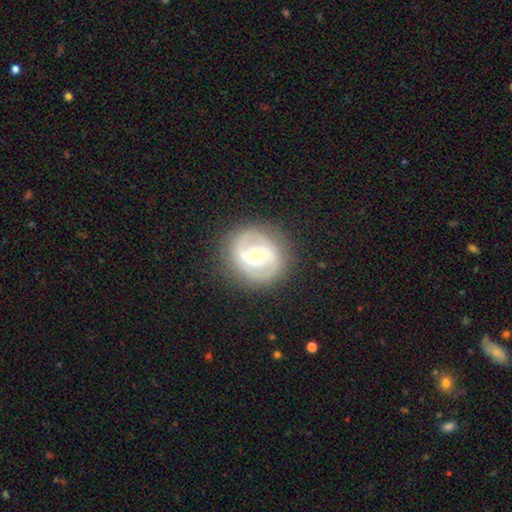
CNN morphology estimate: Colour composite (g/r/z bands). It shows a featured or disk galaxy (76%) with a weak bar (43%), 2 (83%) medium (44%) spiral arms (82%) and a moderate central bulge (64%). Merging: none (84%).